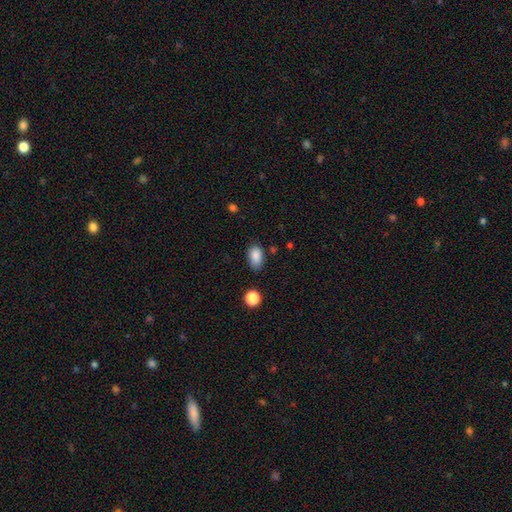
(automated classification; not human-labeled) smooth-or-featured: smooth: 87% | star or artifact: 9% | featured or disk: 5%
  how-rounded: in between: 90% | round: 8% | cigar-shaped: 2%
  merging: none: 74% | minor disturbance: 19% | major disturbance: 4% | merger: 3%